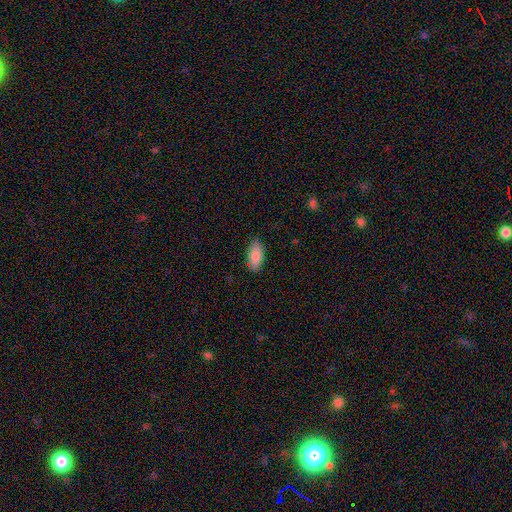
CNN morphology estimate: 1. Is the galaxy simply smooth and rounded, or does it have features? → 87% smooth, 6% star or artifact, 6% featured or disk.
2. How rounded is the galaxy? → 89% in between, 9% cigar-shaped, 2% round.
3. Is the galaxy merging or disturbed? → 85% none, 11% minor disturbance, 2% major disturbance, 1% merger.